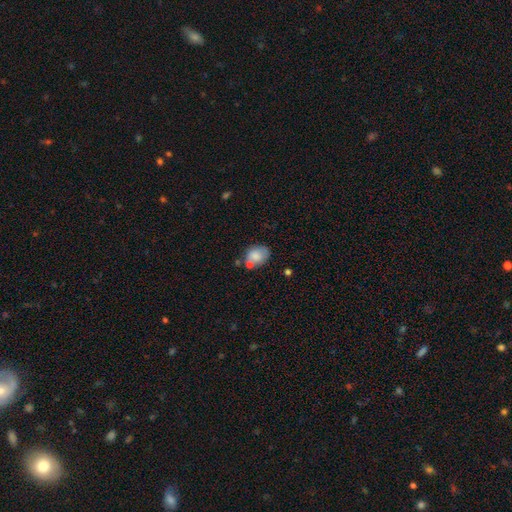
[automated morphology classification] type=smooth (76%); roundness=in between (60%); merging=none (50%).